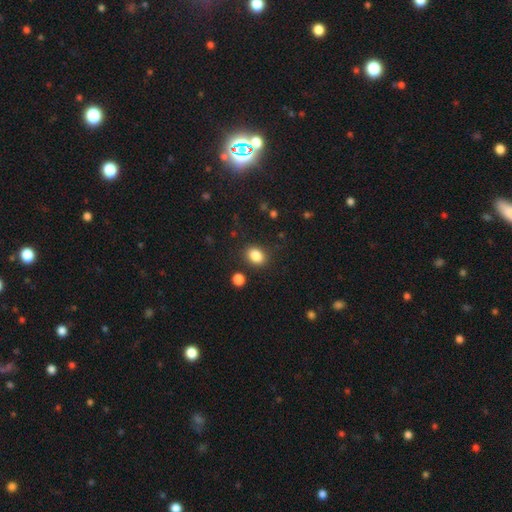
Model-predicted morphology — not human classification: This appears to be a smooth galaxy with no disk features (85%) that is in between round and cigar-shaped (60%). Merging: none (83%).